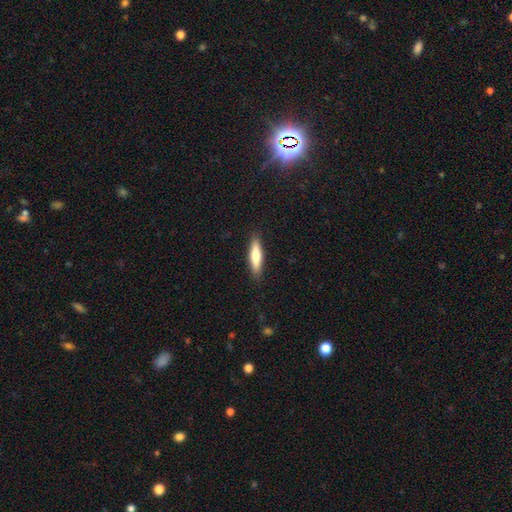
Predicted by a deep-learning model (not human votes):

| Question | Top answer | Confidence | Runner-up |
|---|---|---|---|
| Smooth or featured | smooth | 66% | featured or disk (28%) |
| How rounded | cigar-shaped | 75% | in between (23%) |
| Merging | none | 89% | minor disturbance (8%) |